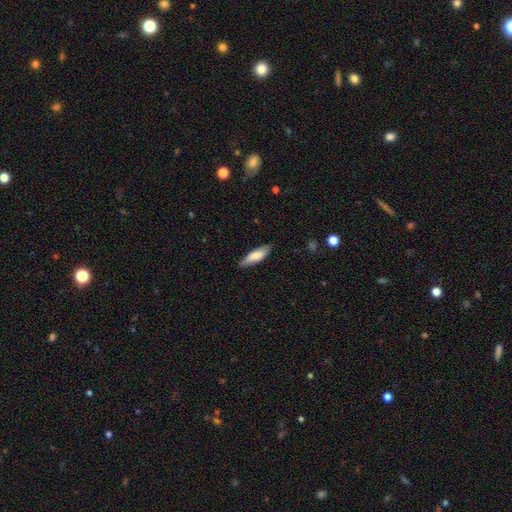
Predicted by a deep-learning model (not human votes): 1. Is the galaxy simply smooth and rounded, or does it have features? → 74% smooth, 20% featured or disk, 6% star or artifact.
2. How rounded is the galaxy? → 52% in between, 47% cigar-shaped, 2% round.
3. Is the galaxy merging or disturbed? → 83% none, 14% minor disturbance, 2% major disturbance, 1% merger.